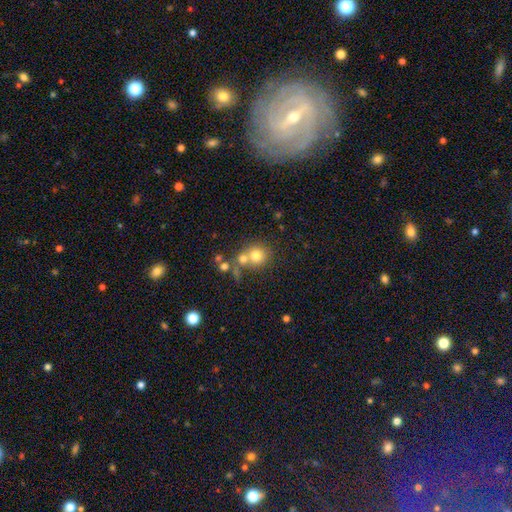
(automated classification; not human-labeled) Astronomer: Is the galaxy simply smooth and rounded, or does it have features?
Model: smooth — 73%.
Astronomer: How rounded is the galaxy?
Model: round — 86%.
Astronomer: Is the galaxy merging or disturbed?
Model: none — 45% (runner-up: merger, 43%).